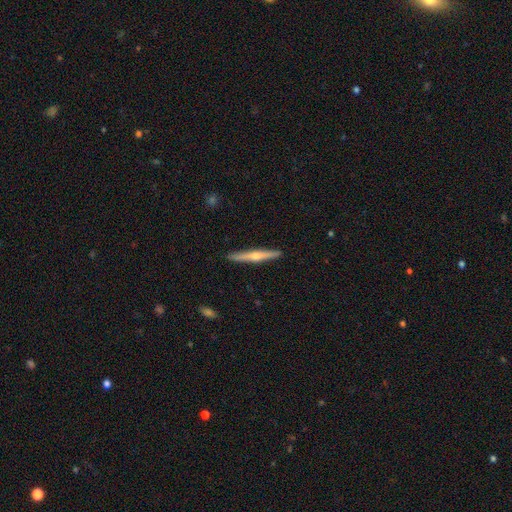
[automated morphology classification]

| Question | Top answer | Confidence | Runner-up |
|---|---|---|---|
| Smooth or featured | featured or disk | 65% | smooth (30%) |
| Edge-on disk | yes | 98% | no (2%) |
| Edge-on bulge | rounded | 89% | none (8%) |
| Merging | none | 92% | minor disturbance (6%) |